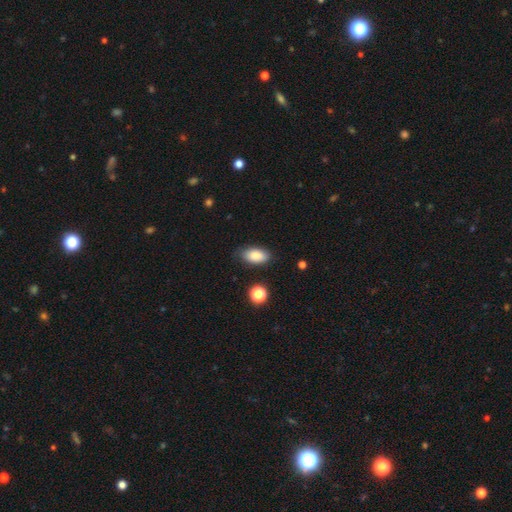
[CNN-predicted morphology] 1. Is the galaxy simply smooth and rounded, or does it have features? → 85% smooth, 8% star or artifact, 7% featured or disk.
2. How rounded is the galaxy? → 92% in between, 5% round, 4% cigar-shaped.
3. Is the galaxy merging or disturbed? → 78% none, 17% minor disturbance, 3% major disturbance, 2% merger.